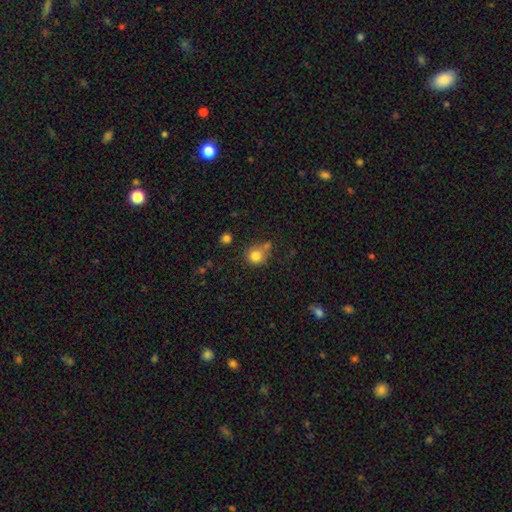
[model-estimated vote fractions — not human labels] This is clearly a smooth galaxy (81%). How rounded: clearly round (83%). Merging: possibly none (59%).